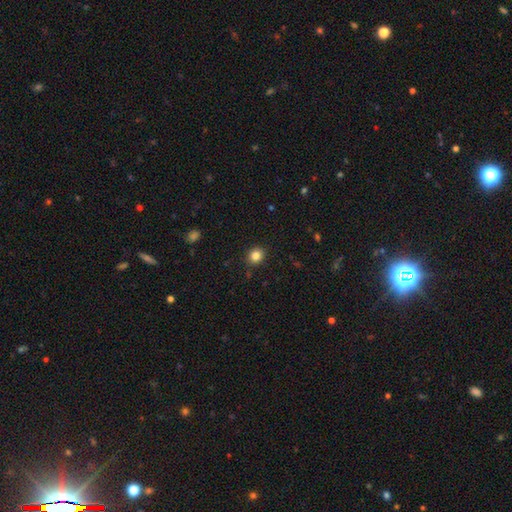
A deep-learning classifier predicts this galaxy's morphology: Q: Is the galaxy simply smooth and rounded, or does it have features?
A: smooth — 84%.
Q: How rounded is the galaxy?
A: round — 72%.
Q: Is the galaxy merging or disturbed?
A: none — 89%.